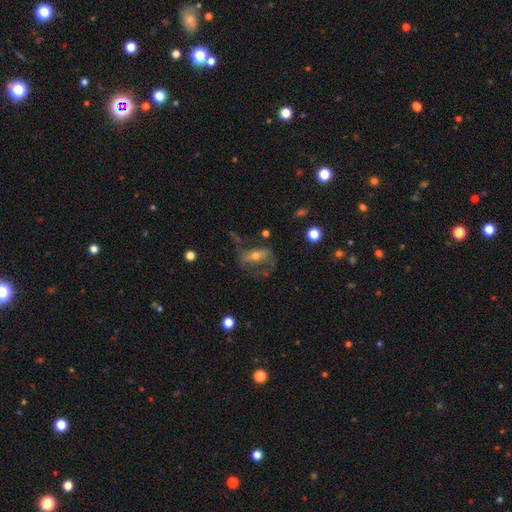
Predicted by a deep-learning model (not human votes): The model was most divided on "bar": no: 40%, strong: 32%, weak: 28%. Remaining: edge-on disk — no (88%); smooth or featured — featured or disk (61%); spiral arms — yes (57%); bulge size — moderate (53%); merging — none (44%).